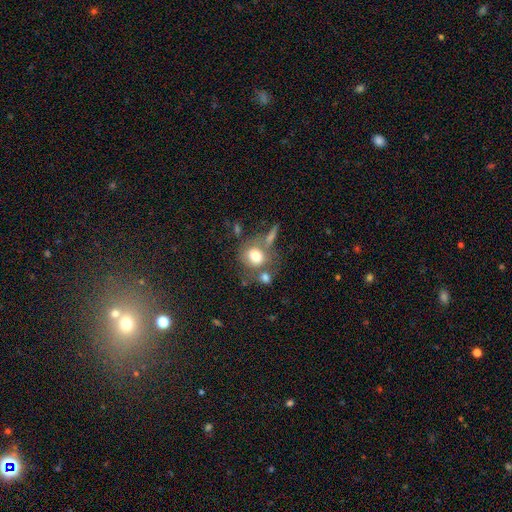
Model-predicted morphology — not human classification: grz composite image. It shows a smooth galaxy with no disk features (72%) that is round (73%). Merging: none (49%).